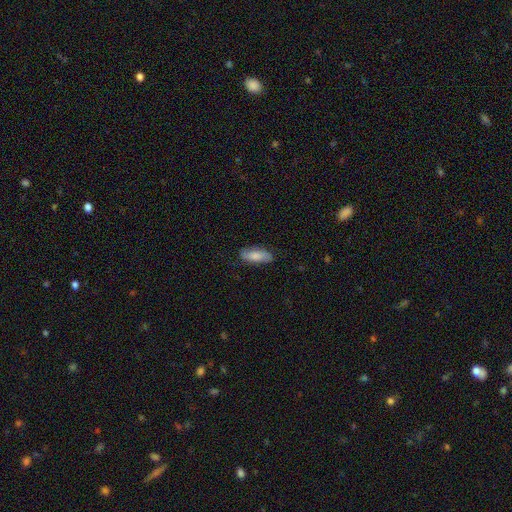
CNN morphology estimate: The model was most divided on "smooth or featured": smooth: 67%, featured or disk: 27%, star or artifact: 6%. More confident: merging — none (79%); how rounded — in between (73%).